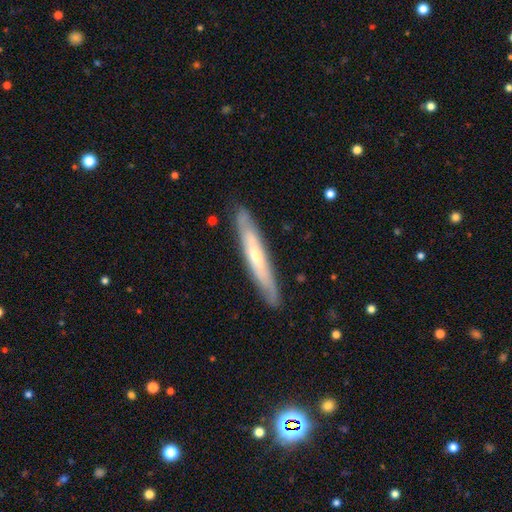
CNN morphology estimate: A featured or disk galaxy (60%) viewed edge-on (77%). Merging: none (87%).